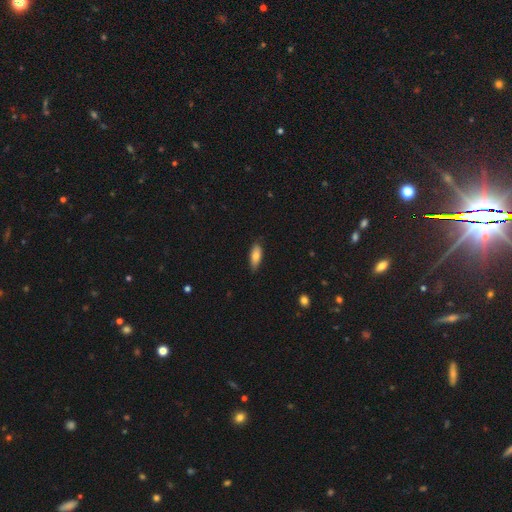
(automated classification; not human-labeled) Morphology: type=smooth (75%); roundness=in between (73%); merging=none (79%).